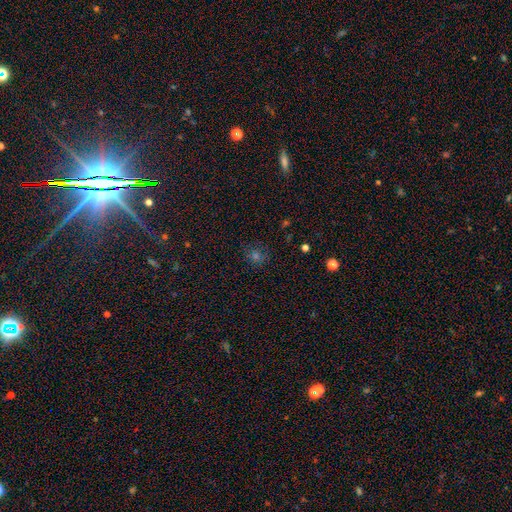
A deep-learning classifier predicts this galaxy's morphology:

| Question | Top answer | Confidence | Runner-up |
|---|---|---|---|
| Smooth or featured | smooth | 57% | star or artifact (33%) |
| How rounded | round | 85% | in between (14%) |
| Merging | none | 84% | minor disturbance (11%) |